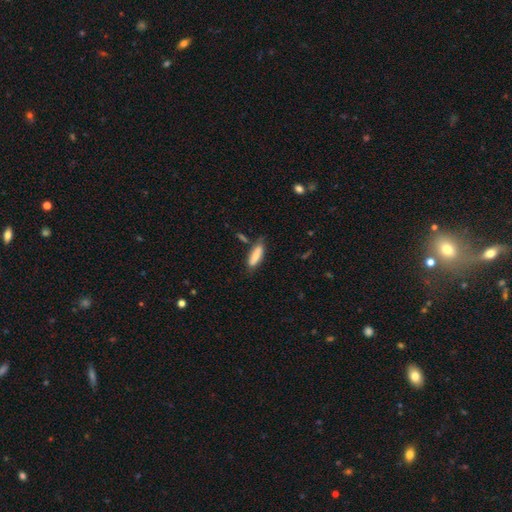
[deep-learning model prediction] Smooth or featured? Predicted: smooth (p=0.80). How rounded? Predicted: cigar-shaped (p=0.52). Merging? Predicted: none (p=0.68).